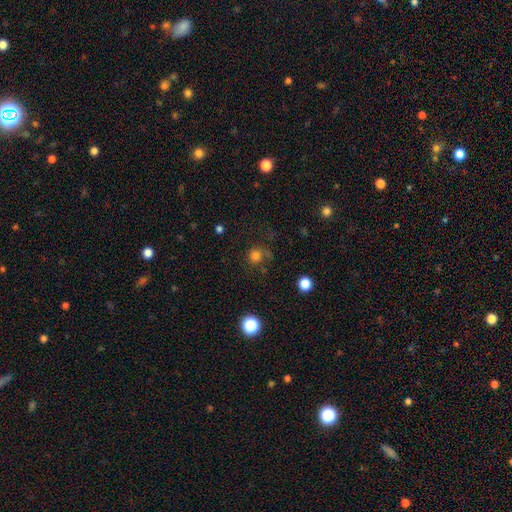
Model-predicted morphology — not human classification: Smooth or featured: smooth — 76% (star or artifact — 17%)
How rounded: round — 90% (in between — 9%)
Merging: none — 65% (minor disturbance — 17%)